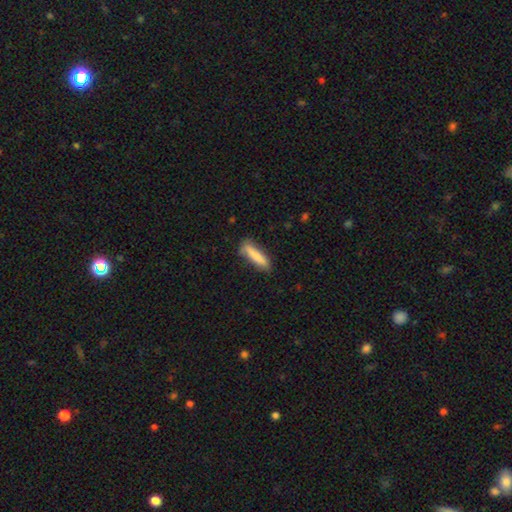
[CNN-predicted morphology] smooth-or-featured: smooth: 80% | featured or disk: 14% | star or artifact: 6%
  how-rounded: cigar-shaped: 74% | in between: 25% | round: 1%
  merging: none: 72% | minor disturbance: 21% | major disturbance: 5% | merger: 2%